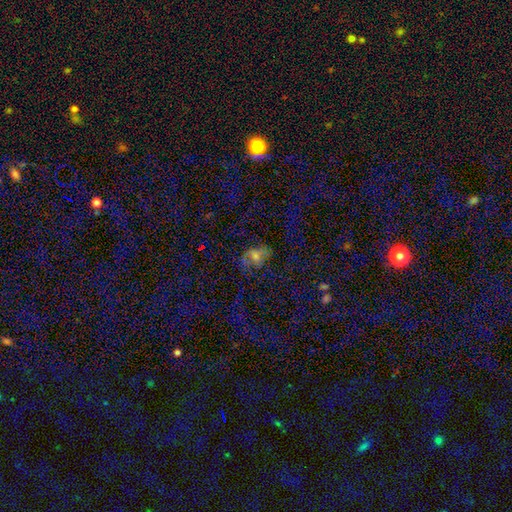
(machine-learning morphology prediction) Overall: smooth (47%; featured or disk 29%). Merging: none (58%; minor disturbance 20%).